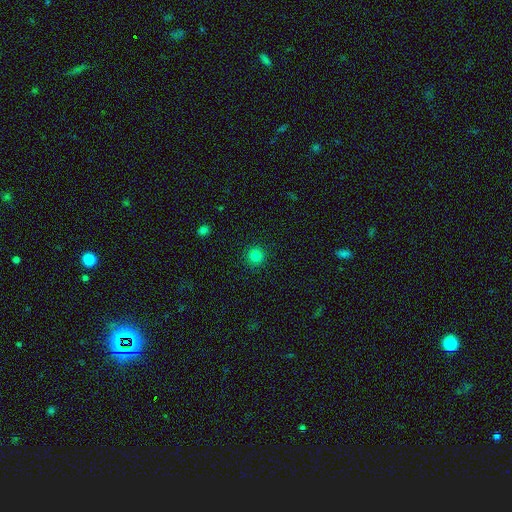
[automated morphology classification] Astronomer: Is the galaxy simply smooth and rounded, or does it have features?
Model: smooth — 83%.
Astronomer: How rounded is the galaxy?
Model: round — 95%.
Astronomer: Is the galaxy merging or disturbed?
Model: none — 92%.